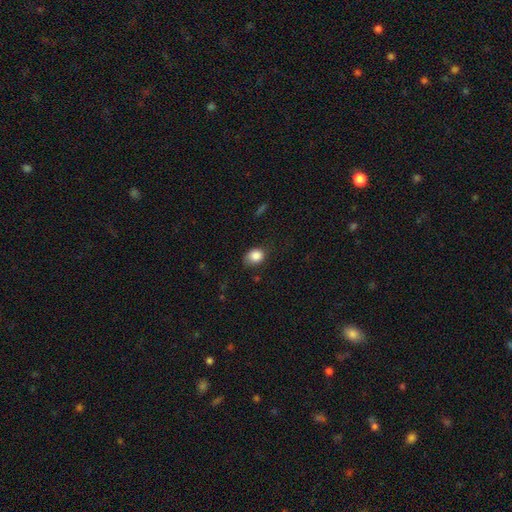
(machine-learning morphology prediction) smooth 86%, star or artifact 9%, featured or disk 6%. Down the decision tree: how rounded — round (51%); merging — none (65%).